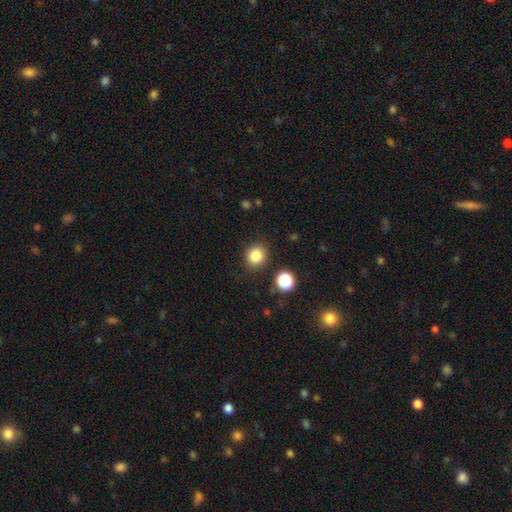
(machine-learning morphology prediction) smooth_or_featured: smooth (p=0.83) [alt: star or artifact p=0.12]
how_rounded: round (p=0.83) [alt: in between p=0.16]
merging: none (p=0.87) [alt: minor disturbance p=0.08]